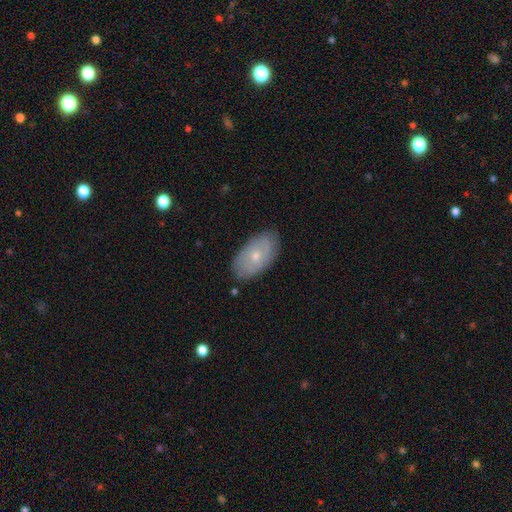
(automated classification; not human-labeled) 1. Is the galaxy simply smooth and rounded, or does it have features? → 47% featured or disk, 46% smooth, 7% star or artifact.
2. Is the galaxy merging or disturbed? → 81% none, 14% minor disturbance, 3% major disturbance, 1% merger.